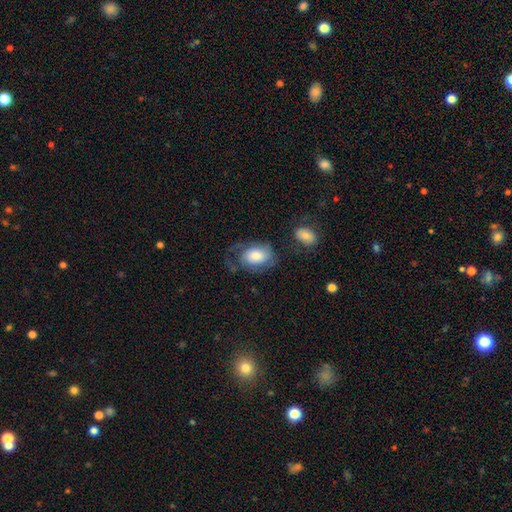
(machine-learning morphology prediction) type=smooth (50%); merging=none (44%).